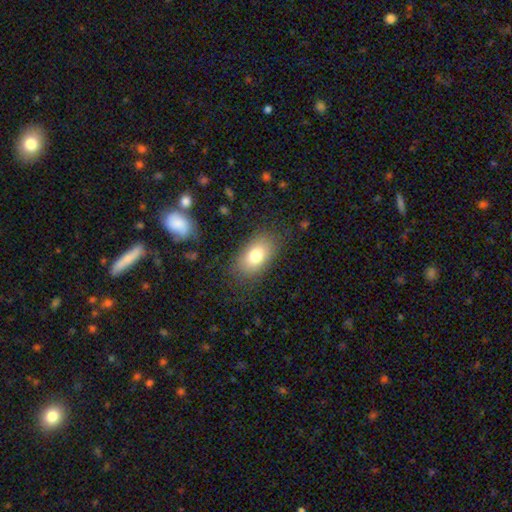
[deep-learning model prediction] Smooth or featured: smooth — 77% (featured or disk — 14%)
How rounded: in between — 89% (round — 8%)
Merging: none — 81% (minor disturbance — 12%)